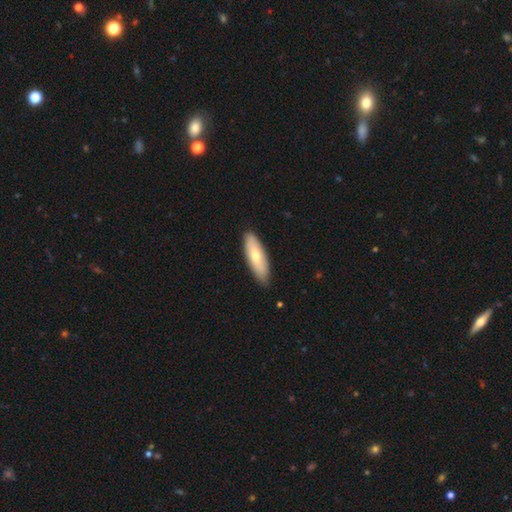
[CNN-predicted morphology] The model was most divided on "how rounded": in between: 56%, cigar-shaped: 42%, round: 2%. More confident: merging — none (86%); smooth or featured — smooth (67%).